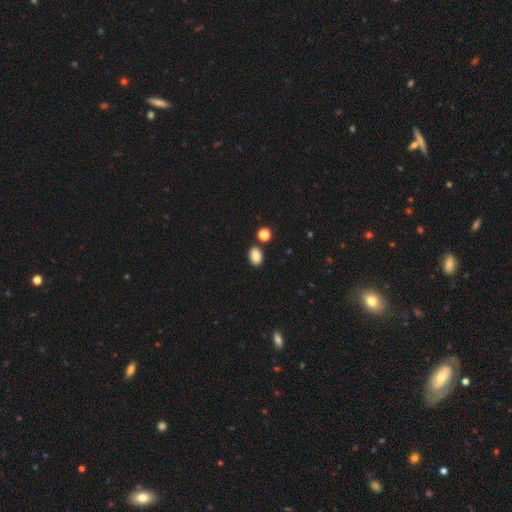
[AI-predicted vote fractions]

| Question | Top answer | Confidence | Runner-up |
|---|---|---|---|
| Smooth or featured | smooth | 87% | star or artifact (9%) |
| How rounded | in between | 82% | round (17%) |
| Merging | none | 82% | minor disturbance (10%) |